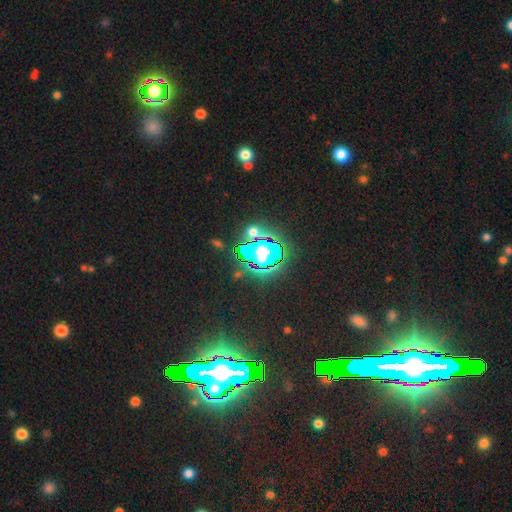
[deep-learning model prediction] Smooth or featured: star or artifact — 82% (smooth — 9%)